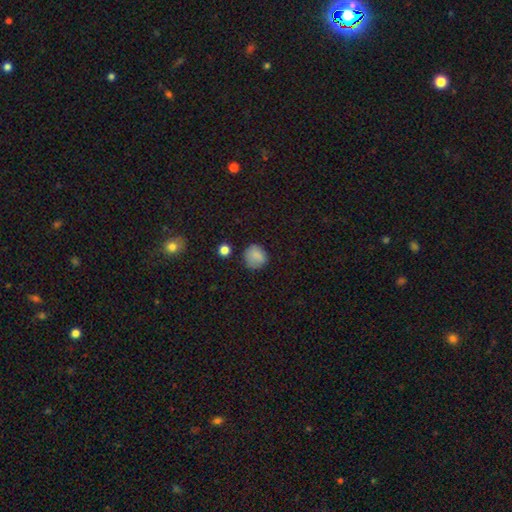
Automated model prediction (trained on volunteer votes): Q: Smooth or featured?
A: smooth (83%); runner-up: star or artifact (10%)
Q: How rounded?
A: round (83%); runner-up: in between (16%)
Q: Merging?
A: none (75%); runner-up: minor disturbance (18%)